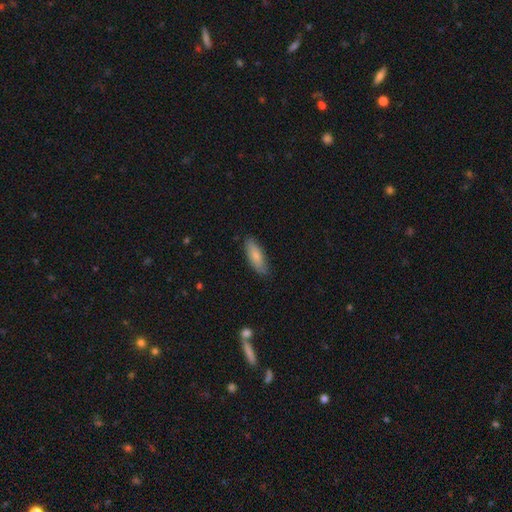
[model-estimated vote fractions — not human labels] The model was most divided on "how rounded": in between: 61%, cigar-shaped: 37%, round: 2%. More confident: merging — none (80%); smooth or featured — smooth (78%).